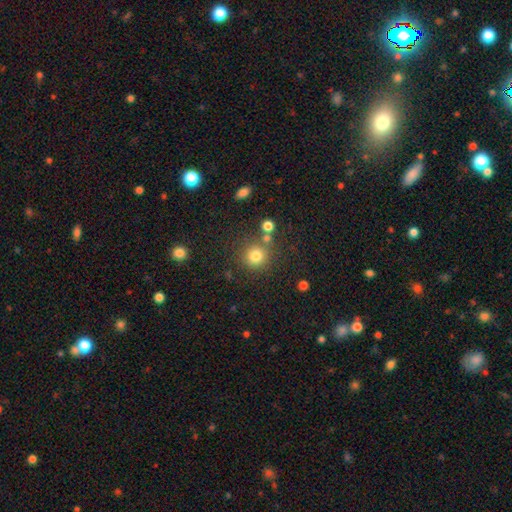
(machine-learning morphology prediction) A smooth galaxy with no disk features (79%) that is round (91%). Merging: none (75%).